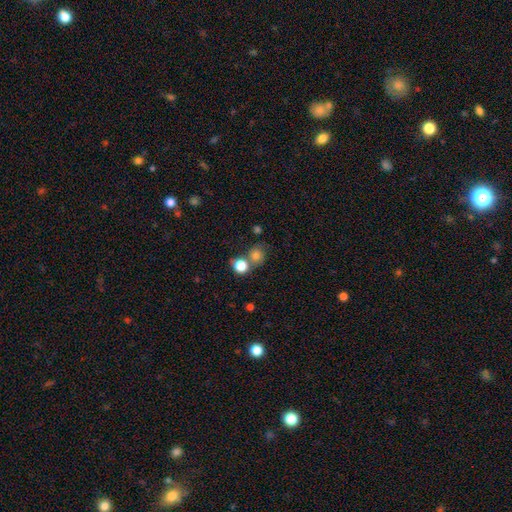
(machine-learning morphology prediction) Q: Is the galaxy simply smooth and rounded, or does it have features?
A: smooth — 78%.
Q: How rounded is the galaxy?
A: round — 82%.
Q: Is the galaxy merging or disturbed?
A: none — 54%.